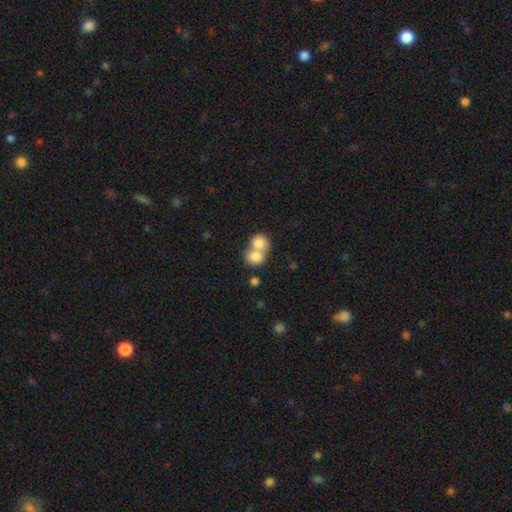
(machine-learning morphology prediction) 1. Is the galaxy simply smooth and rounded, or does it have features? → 79% smooth, 13% featured or disk, 8% star or artifact.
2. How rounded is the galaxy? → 66% round, 33% in between, 1% cigar-shaped.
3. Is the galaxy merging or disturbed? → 71% merger, 22% none, 5% minor disturbance, 3% major disturbance.